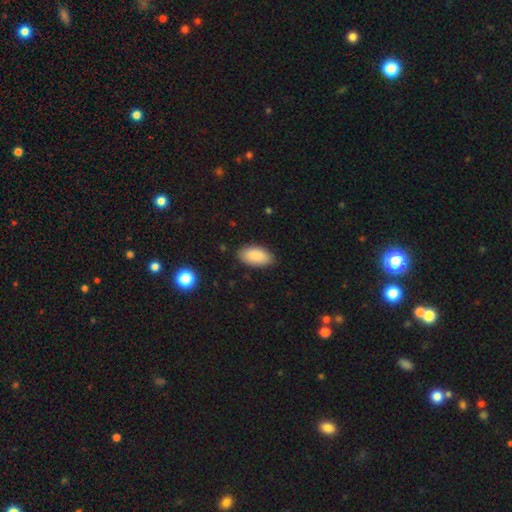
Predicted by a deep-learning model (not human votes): Morphology: type=smooth (88%); roundness=in between (95%); merging=none (85%).